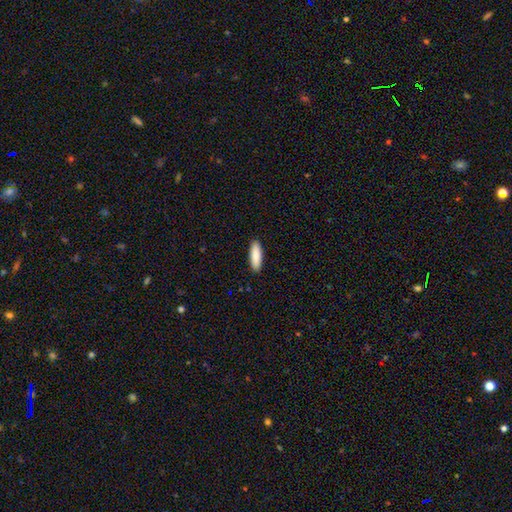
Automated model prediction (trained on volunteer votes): Smooth or featured? smooth (89%)
How rounded? cigar-shaped (51%)
Merging? none (91%)